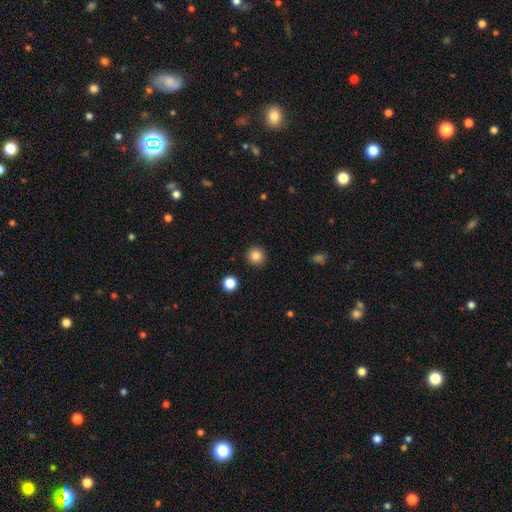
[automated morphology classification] A smooth galaxy with no disk features (84%) that is round (93%). Merging: none (92%).